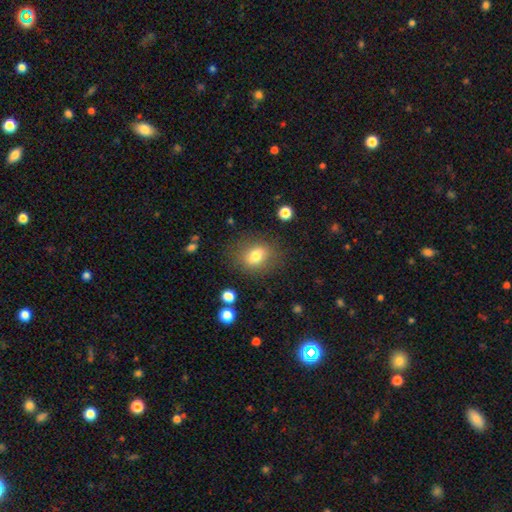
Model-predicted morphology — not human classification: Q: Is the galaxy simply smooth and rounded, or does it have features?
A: smooth — 77%.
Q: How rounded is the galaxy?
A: in between — 55%.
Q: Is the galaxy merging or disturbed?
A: none — 79%.